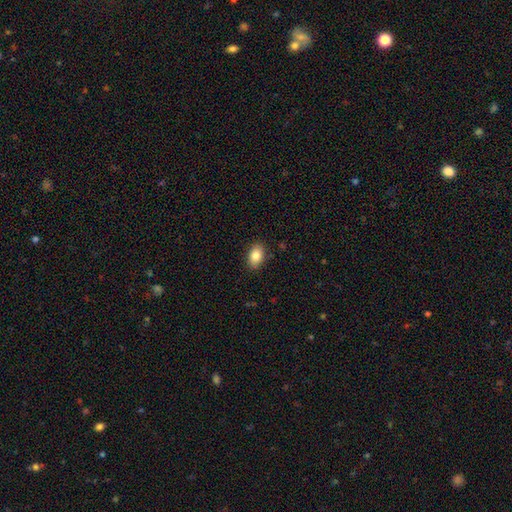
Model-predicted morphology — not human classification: This appears to be a smooth galaxy with no disk features (84%) that is in between round and cigar-shaped (87%). Merging: none (88%).